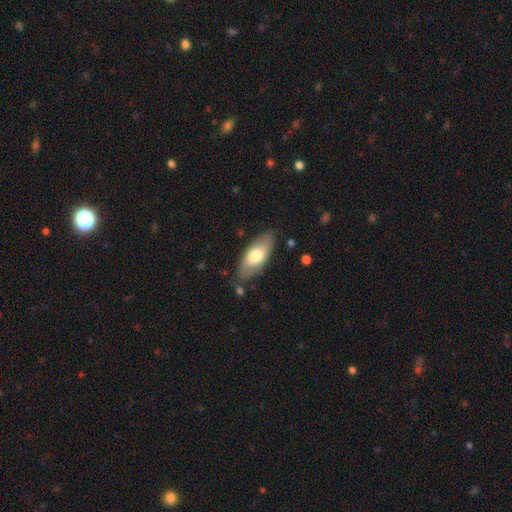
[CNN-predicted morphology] Smooth or featured: smooth — 66% (featured or disk — 28%)
How rounded: in between — 85% (cigar-shaped — 13%)
Merging: none — 81% (minor disturbance — 14%)